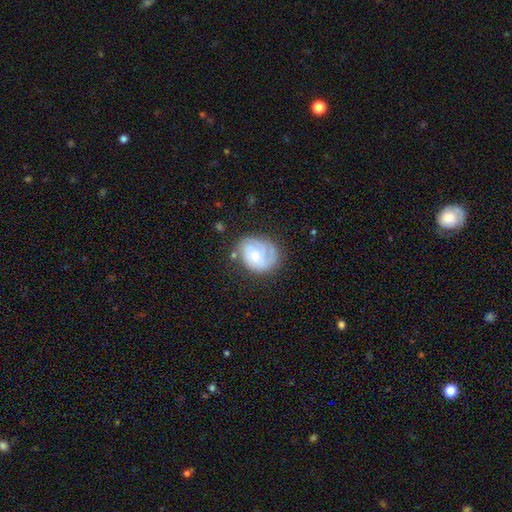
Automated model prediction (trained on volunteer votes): smooth-or-featured: featured or disk: 72% | smooth: 21% | star or artifact: 6%
  disk-edge-on: no: 98% | yes: 2%
    bar: no: 65% | weak: 31% | strong: 4%
    has-spiral-arms: yes: 92% | no: 8%
      spiral-winding: tight: 59% | medium: 31% | loose: 9%
      spiral-arm-count: 2: 31% | can't tell: 27% | 3: 22% | 1: 14% | 4: 4% | more than 4: 3%
    bulge-size: small: 53% | moderate: 38% | none: 5% | large: 4% | dominant: 1%
  merging: none: 61% | minor disturbance: 24% | major disturbance: 12% | merger: 3%